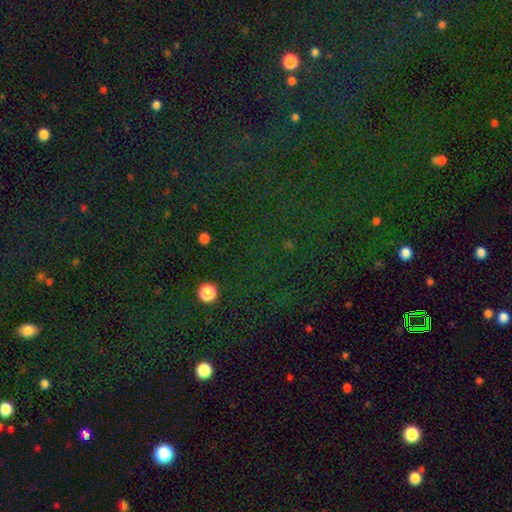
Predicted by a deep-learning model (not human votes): Overall: star or artifact (77%).